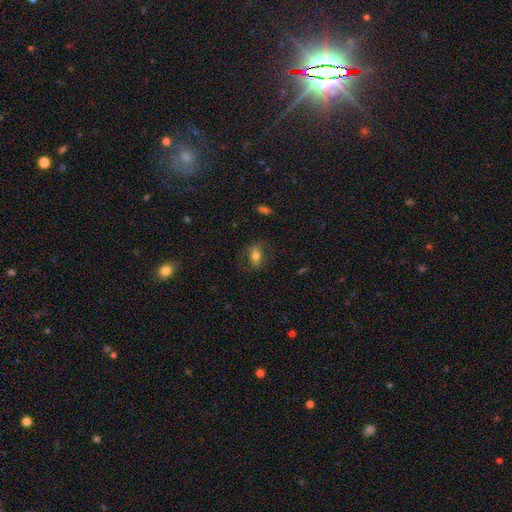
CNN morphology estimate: A smooth galaxy with no disk features (59%) that is in between round and cigar-shaped (77%).

Vote fractions:
- Smooth or featured? smooth: 59% / featured or disk: 31% / star or artifact: 10%
- How rounded? in between: 77% / round: 16% / cigar-shaped: 7%
- Merging? none: 72% / minor disturbance: 17% / major disturbance: 10% / merger: 1%